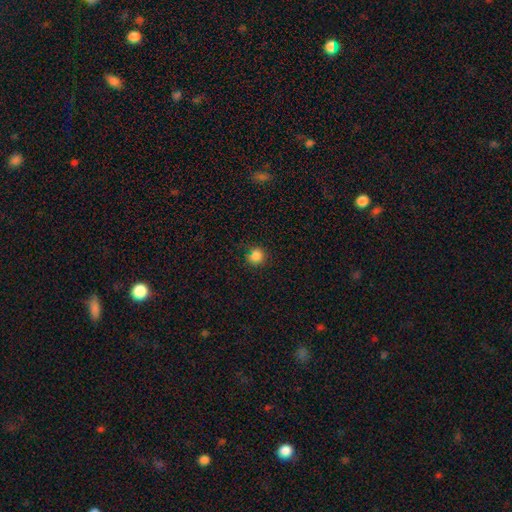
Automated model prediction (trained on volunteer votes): The model was most divided on "merging": none: 83%, minor disturbance: 11%, major disturbance: 3%, merger: 2%. More confident: how rounded — round (91%); smooth or featured — smooth (84%).